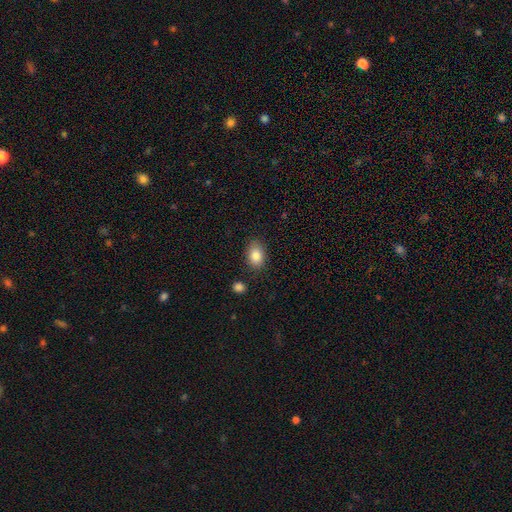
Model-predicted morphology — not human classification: Q: Smooth or featured?
A: smooth (86%); runner-up: star or artifact (8%)
Q: How rounded?
A: in between (82%); runner-up: round (17%)
Q: Merging?
A: none (83%); runner-up: minor disturbance (12%)